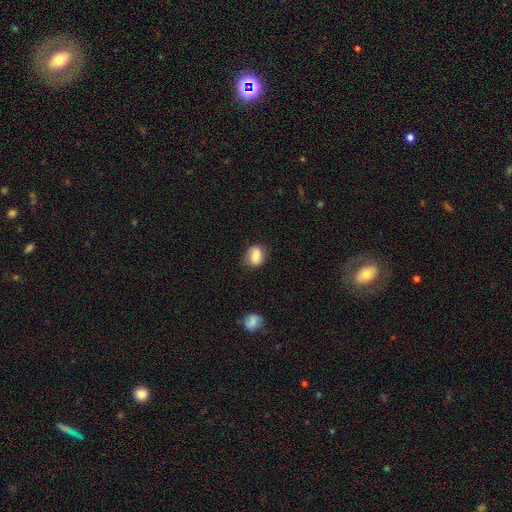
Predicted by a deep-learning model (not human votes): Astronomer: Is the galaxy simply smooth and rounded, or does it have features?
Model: smooth — 72%.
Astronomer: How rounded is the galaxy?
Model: in between — 52% (runner-up: round, 46%).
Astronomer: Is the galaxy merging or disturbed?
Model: none — 74%.